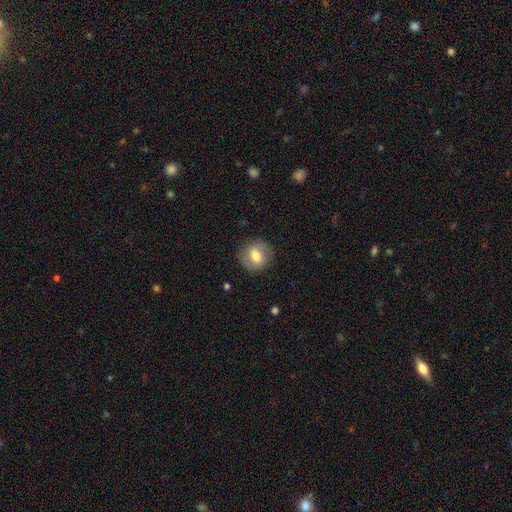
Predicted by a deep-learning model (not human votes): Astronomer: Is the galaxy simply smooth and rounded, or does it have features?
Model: smooth — 60%.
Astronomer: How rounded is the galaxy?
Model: round — 79%.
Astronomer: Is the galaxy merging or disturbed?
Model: none — 84%.